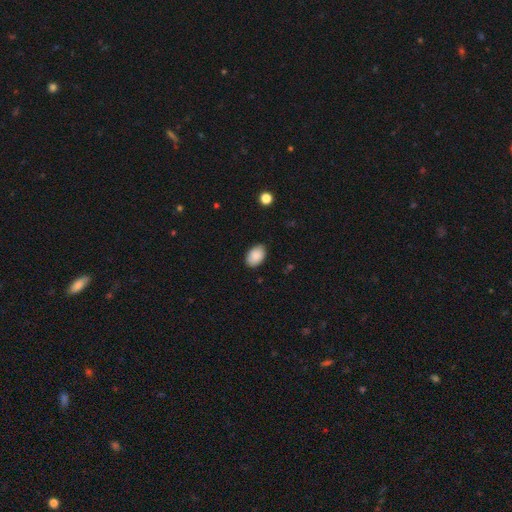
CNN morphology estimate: smooth_or_featured: smooth (p=0.89) [alt: star or artifact p=0.07]
how_rounded: in between (p=0.88) [alt: round p=0.11]
merging: none (p=0.84) [alt: minor disturbance p=0.12]